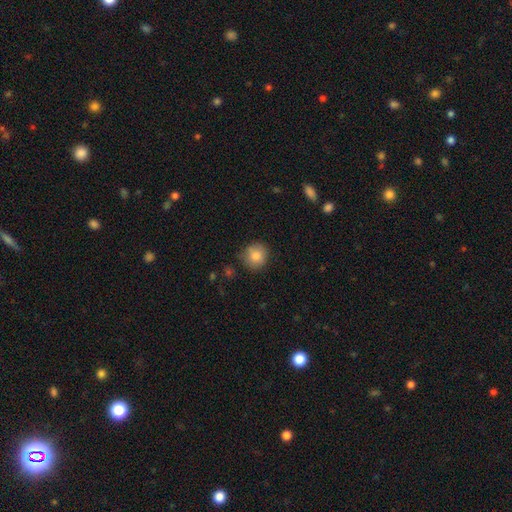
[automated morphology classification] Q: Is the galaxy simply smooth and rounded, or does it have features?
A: smooth — 82%.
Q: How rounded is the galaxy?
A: round — 91%.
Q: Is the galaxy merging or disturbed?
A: none — 82%.